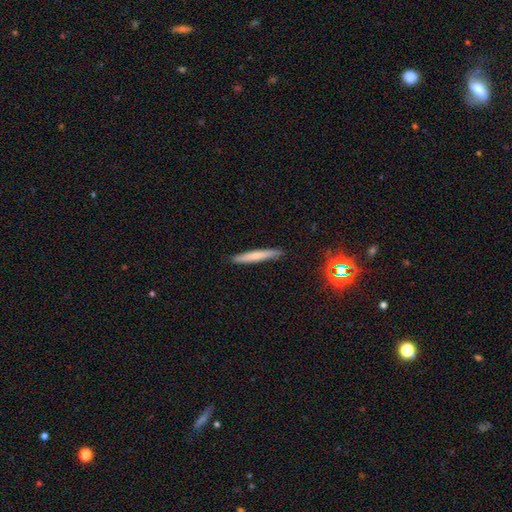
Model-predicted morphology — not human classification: Smooth or featured: smooth — 66% (featured or disk — 27%)
How rounded: cigar-shaped — 95% (in between — 4%)
Merging: none — 90% (minor disturbance — 8%)